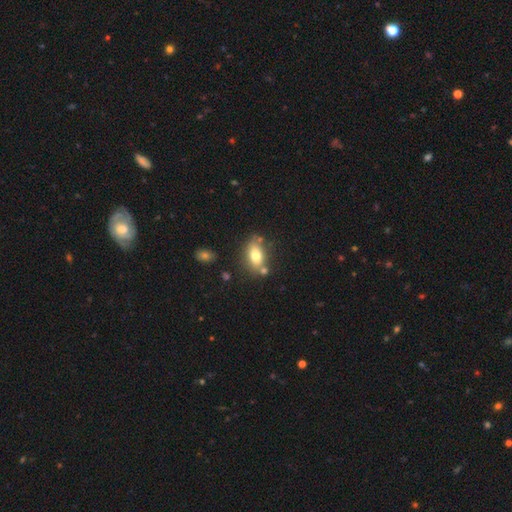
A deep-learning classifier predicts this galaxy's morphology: The model was most divided on "merging": none: 67%, minor disturbance: 15%, merger: 13%, major disturbance: 4%. More confident: how rounded — in between (84%); smooth or featured — smooth (75%).